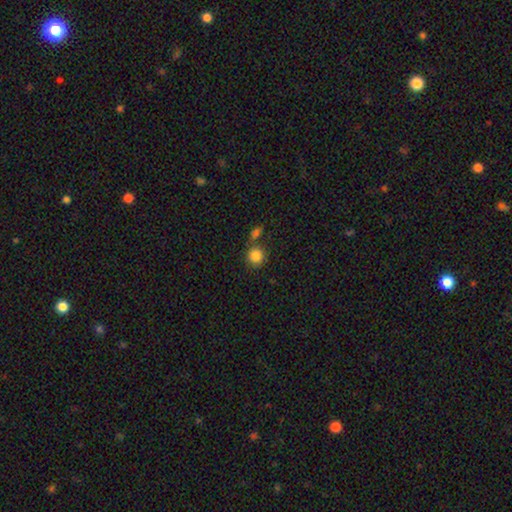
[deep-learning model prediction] This appears to be a smooth galaxy with no disk features (86%) that is round (89%). Merging: none (68%).